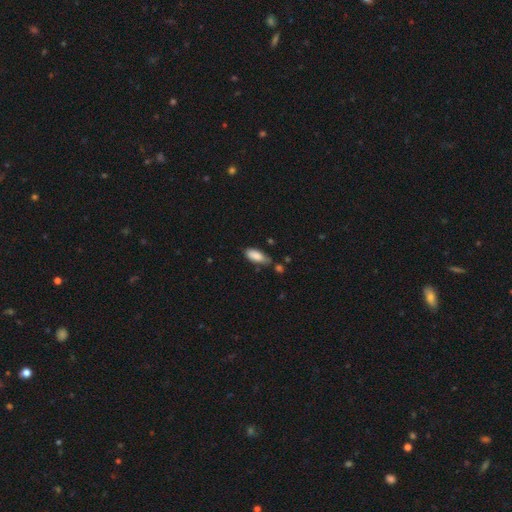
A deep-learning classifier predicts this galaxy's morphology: Smooth or featured: smooth — 86% (featured or disk — 7%)
How rounded: in between — 86% (cigar-shaped — 12%)
Merging: none — 55% (minor disturbance — 30%)